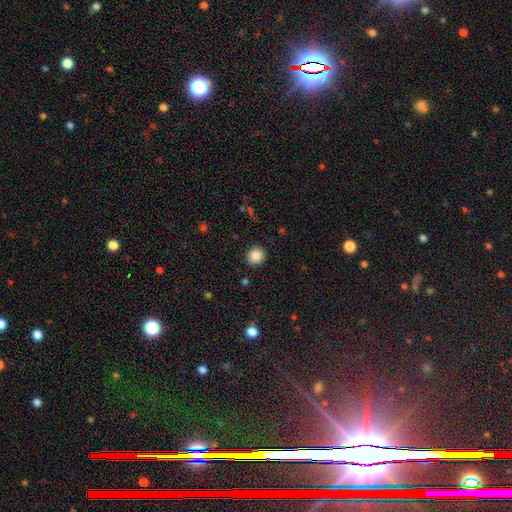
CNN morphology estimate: Overall: smooth (87%). How rounded: round (89%). Merging: none (90%).